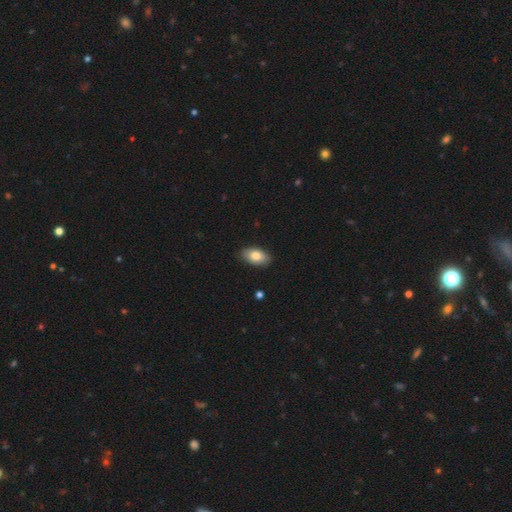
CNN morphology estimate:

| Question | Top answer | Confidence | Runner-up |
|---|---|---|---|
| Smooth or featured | smooth | 80% | featured or disk (13%) |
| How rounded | in between | 93% | round (5%) |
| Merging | none | 89% | minor disturbance (9%) |